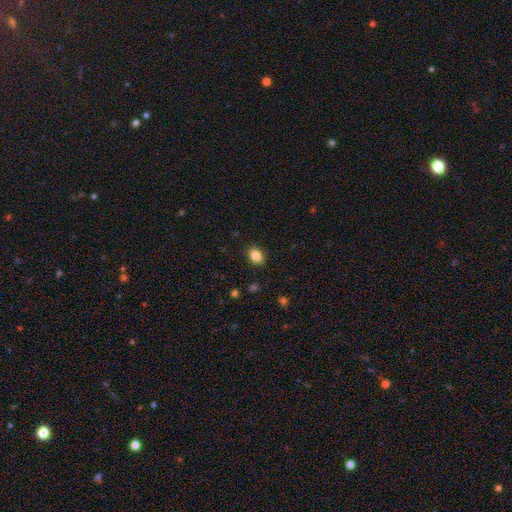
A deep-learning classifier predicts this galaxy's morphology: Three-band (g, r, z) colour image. It shows a smooth galaxy with no disk features (84%) that is in between round and cigar-shaped (70%). Merging: none (87%).